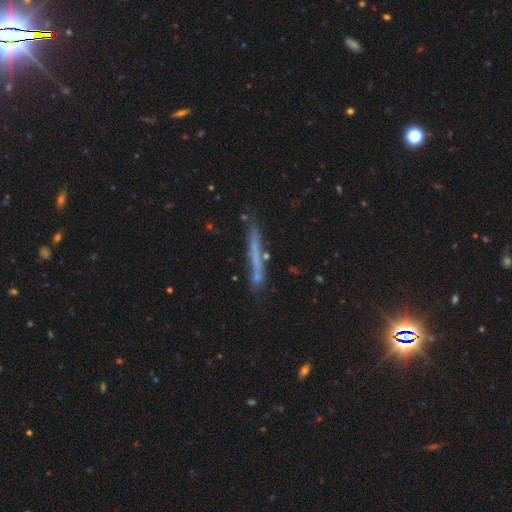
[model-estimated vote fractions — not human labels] Smooth or featured: smooth — 47% (featured or disk — 42%)
Merging: none — 74% (minor disturbance — 17%)